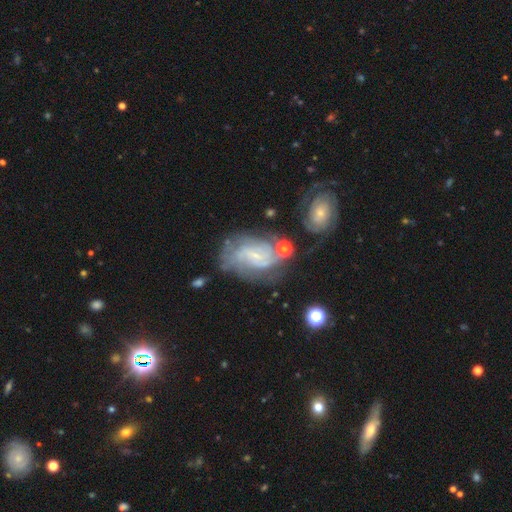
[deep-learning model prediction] Smooth or featured: featured or disk — 78% (smooth — 14%)
Edge-on disk: no — 97% (yes — 3%)
Bar: no — 50% (weak — 40%)
Spiral arms: yes — 92% (no — 8%)
Spiral winding: tight — 49% (medium — 38%)
Spiral arm count: can't tell — 36% (2 — 28%)
Bulge size: small — 76% (none — 11%)
Merging: none — 56% (minor disturbance — 21%)